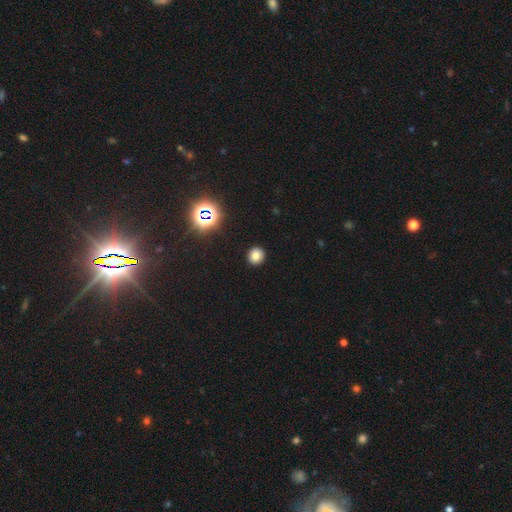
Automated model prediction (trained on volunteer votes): A smooth galaxy with no disk features (76%) that is round (91%). Merging: none (93%).